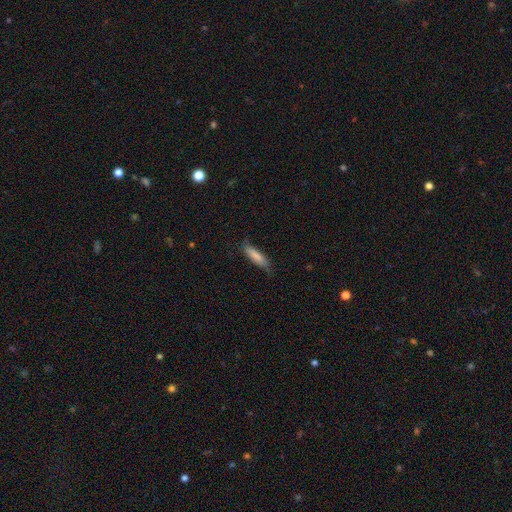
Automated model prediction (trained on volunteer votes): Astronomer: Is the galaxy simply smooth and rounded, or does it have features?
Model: smooth — 82%.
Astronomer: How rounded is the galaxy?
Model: cigar-shaped — 73%.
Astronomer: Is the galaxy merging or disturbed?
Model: none — 74%.